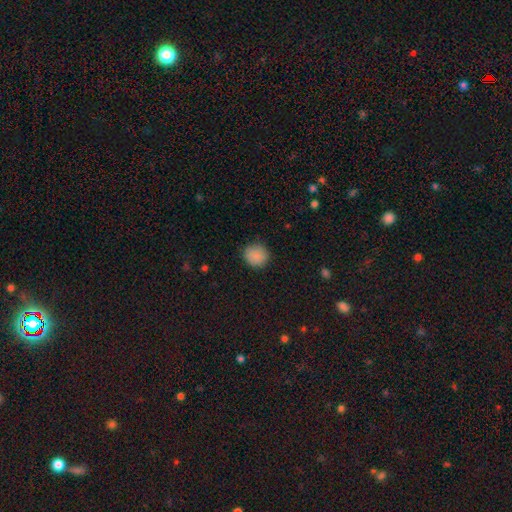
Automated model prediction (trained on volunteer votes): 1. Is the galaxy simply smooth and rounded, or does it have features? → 87% smooth, 9% star or artifact, 4% featured or disk.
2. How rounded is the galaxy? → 91% round, 8% in between, 1% cigar-shaped.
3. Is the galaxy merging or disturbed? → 87% none, 10% minor disturbance, 2% major disturbance, 1% merger.